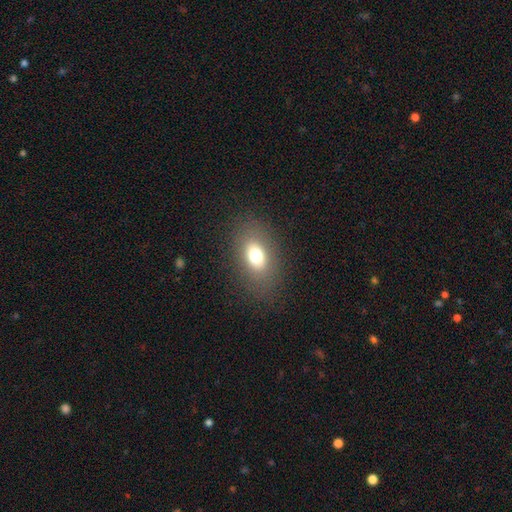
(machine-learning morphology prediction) A smooth galaxy with no disk features (70%) that is in between round and cigar-shaped (81%).

Vote fractions:
- Smooth or featured? smooth: 70% / featured or disk: 18% / star or artifact: 12%
- How rounded? in between: 81% / round: 17% / cigar-shaped: 2%
- Merging? none: 84% / minor disturbance: 10% / major disturbance: 5% / merger: 1%